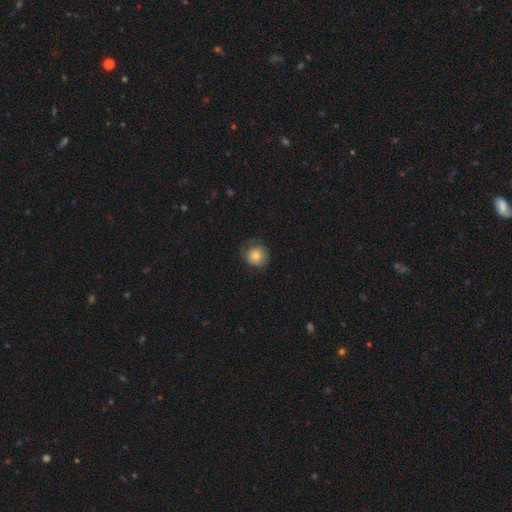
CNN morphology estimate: smooth 71%, featured or disk 21%, star or artifact 8%. Down the decision tree: how rounded — round (88%); merging — none (63%).